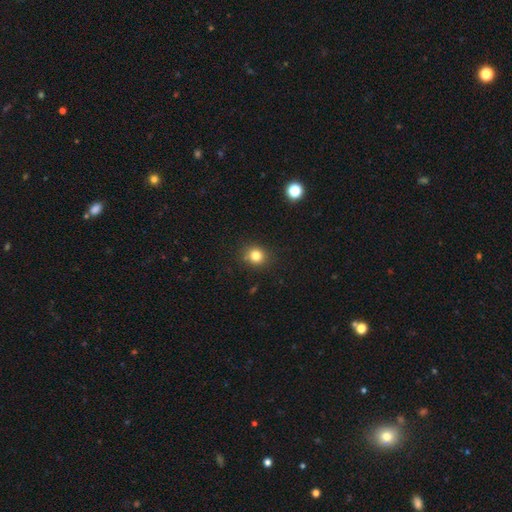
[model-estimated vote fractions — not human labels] Overall: smooth (81%). How rounded: round (84%). Merging: none (86%).